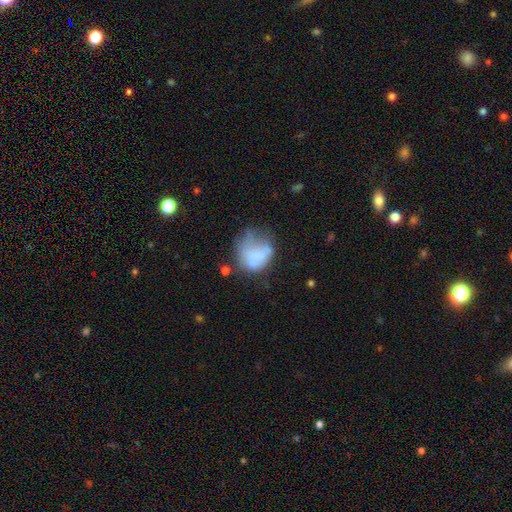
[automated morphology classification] Smooth or featured?
  - smooth: 62% *
  - featured or disk: 27%
  - star or artifact: 11%
How rounded?
  - round: 61% *
  - in between: 38%
  - cigar-shaped: 1%
Merging?
  - major disturbance: 34% *
  - none: 29%
  - minor disturbance: 28%
  - merger: 9%